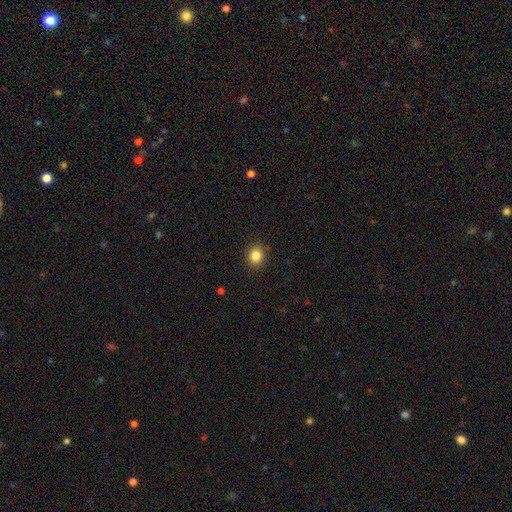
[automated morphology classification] Smooth or featured? Predicted: smooth (p=0.84). How rounded? Predicted: round (p=0.76). Merging? Predicted: none (p=0.90).